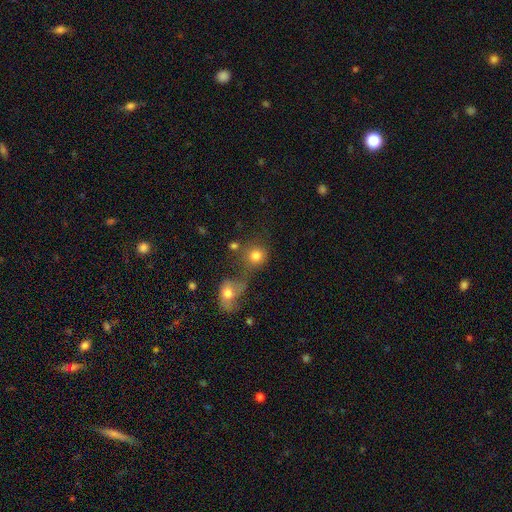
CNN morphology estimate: This appears to be a smooth galaxy with no disk features (78%) that is round (80%). Merging: merger (46%).